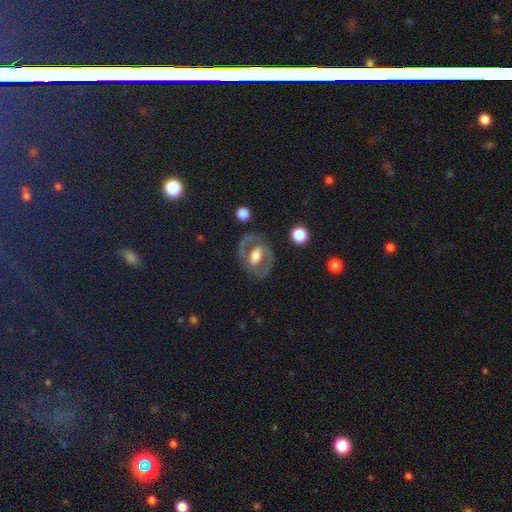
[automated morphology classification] type=featured or disk (71%); edge-on=no (96%); bar=weak (37%); spiral arms=yes (69%); bulge=moderate (45%); merging=none (71%).